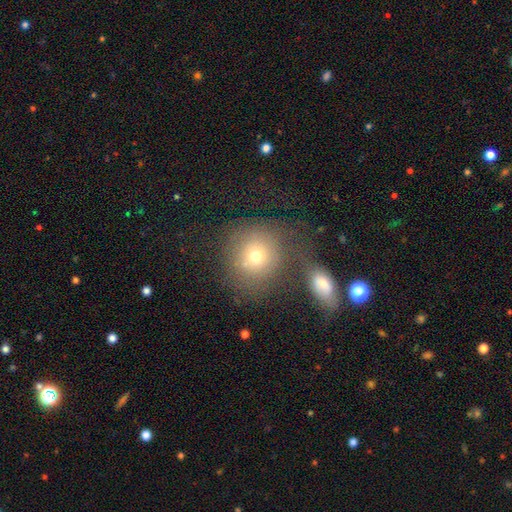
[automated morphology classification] Smooth or featured?
  - smooth: 70% *
  - featured or disk: 17%
  - star or artifact: 14%
How rounded?
  - round: 86% *
  - in between: 13%
  - cigar-shaped: 1%
Merging?
  - none: 53% *
  - merger: 26%
  - minor disturbance: 12%
  - major disturbance: 9%